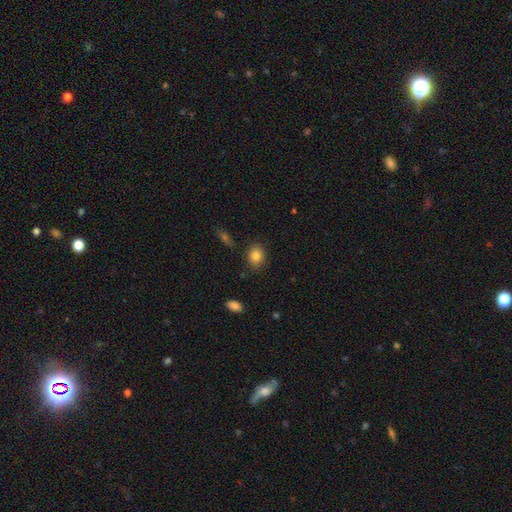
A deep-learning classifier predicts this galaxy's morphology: smooth 84%, star or artifact 9%, featured or disk 7%. Down the decision tree: how rounded — round (51%); merging — none (85%).